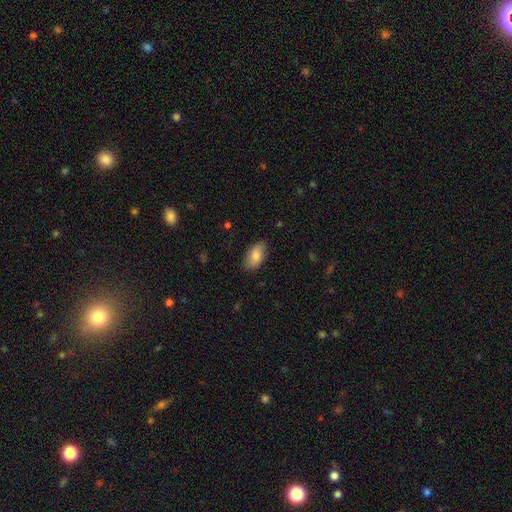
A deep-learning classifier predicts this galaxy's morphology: smooth 82%, featured or disk 11%, star or artifact 6%. Down the decision tree: how rounded — in between (93%); merging — none (80%).